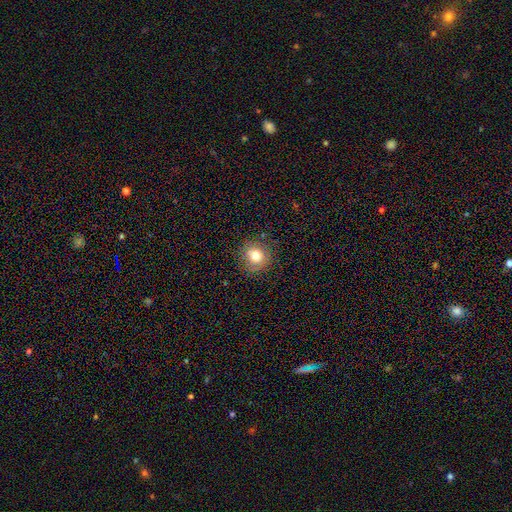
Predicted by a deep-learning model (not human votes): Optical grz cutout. It shows a smooth galaxy with no disk features (77%) that is round (88%). Merging: none (85%).